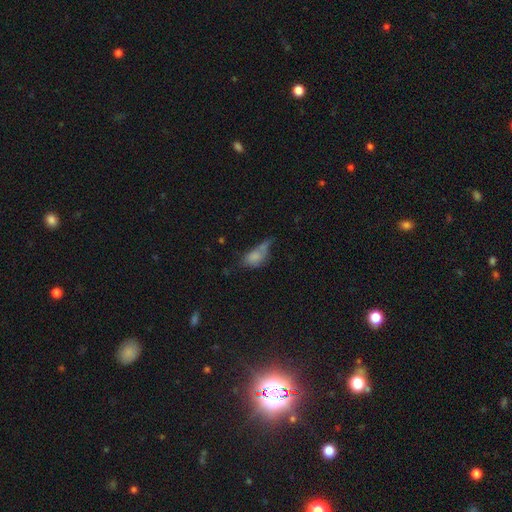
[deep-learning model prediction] smooth-or-featured: smooth: 71% | featured or disk: 17% | star or artifact: 13%
  how-rounded: in between: 83% | round: 10% | cigar-shaped: 8%
  merging: minor disturbance: 26% | none: 25% | major disturbance: 25% | merger: 24%